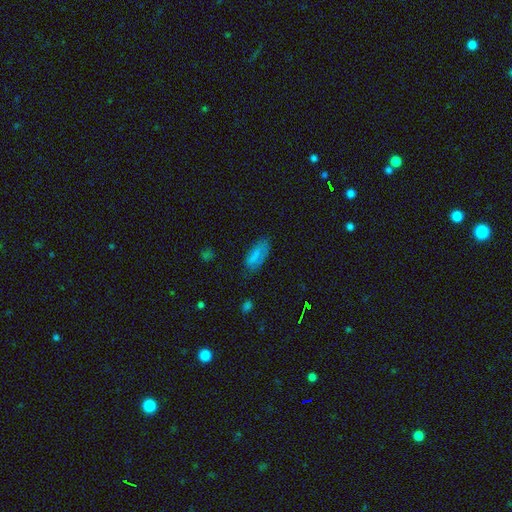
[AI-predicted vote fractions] smooth-or-featured: smooth: 76% | featured or disk: 15% | star or artifact: 9%
  how-rounded: in between: 84% | cigar-shaped: 13% | round: 3%
  merging: none: 72% | minor disturbance: 21% | major disturbance: 6% | merger: 2%